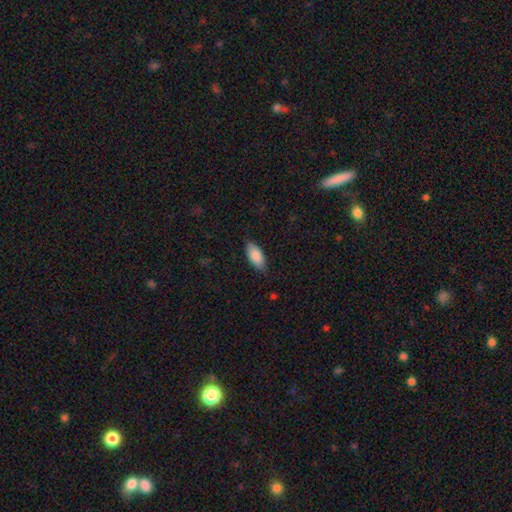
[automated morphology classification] smooth 87%, featured or disk 8%, star or artifact 6%. Down the decision tree: how rounded — in between (87%); merging — none (84%).